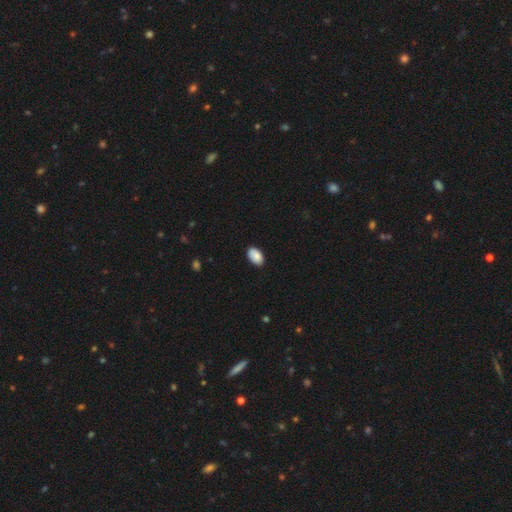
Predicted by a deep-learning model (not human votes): smooth_or_featured: smooth (p=0.87) [alt: star or artifact p=0.07]
how_rounded: in between (p=0.93) [alt: round p=0.06]
merging: none (p=0.83) [alt: minor disturbance p=0.13]